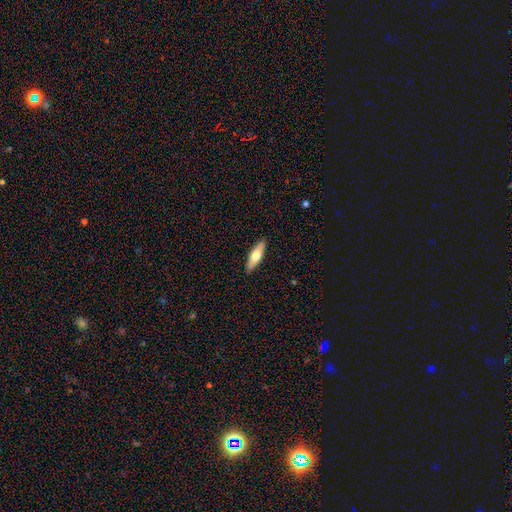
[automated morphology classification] The model was most divided on "how rounded": cigar-shaped: 55%, in between: 43%, round: 2%. More confident: merging — none (90%); smooth or featured — smooth (56%).